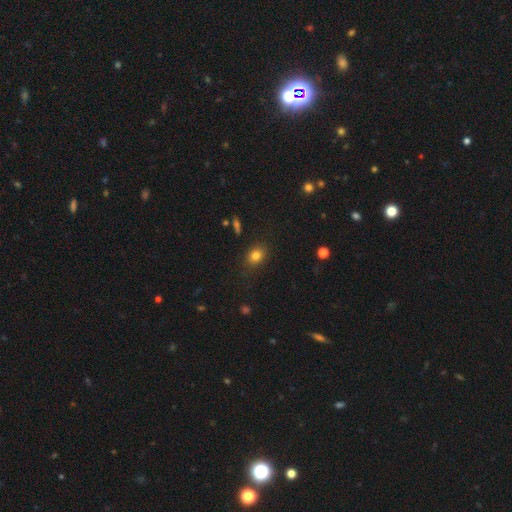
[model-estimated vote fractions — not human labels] Q: Smooth or featured?
A: smooth (81%); runner-up: star or artifact (12%)
Q: How rounded?
A: in between (49%); tied with: round (49%)
Q: Merging?
A: none (83%); runner-up: minor disturbance (12%)